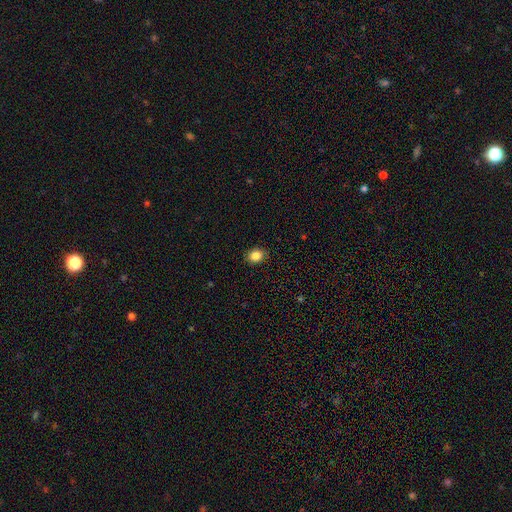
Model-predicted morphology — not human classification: smooth 86%, star or artifact 10%, featured or disk 5%. Down the decision tree: how rounded — round (57%); merging — none (89%).